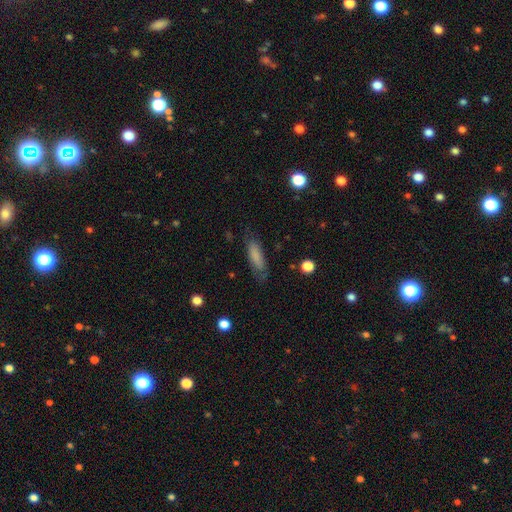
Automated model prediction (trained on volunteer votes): A smooth galaxy with no disk features (78%) that is cigar-shaped (55%).

Vote fractions:
- Smooth or featured? smooth: 78% / featured or disk: 15% / star or artifact: 8%
- How rounded? cigar-shaped: 55% / in between: 43% / round: 2%
- Merging? none: 73% / minor disturbance: 19% / major disturbance: 6% / merger: 2%